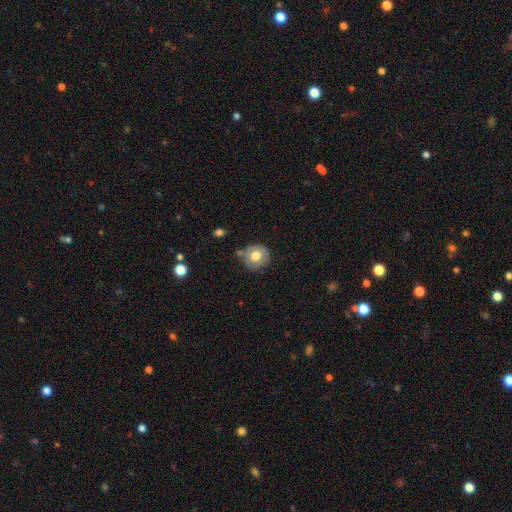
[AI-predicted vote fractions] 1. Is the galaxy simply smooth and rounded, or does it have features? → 71% smooth, 21% featured or disk, 8% star or artifact.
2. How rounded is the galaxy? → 88% round, 11% in between, 1% cigar-shaped.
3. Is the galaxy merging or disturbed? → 72% none, 17% minor disturbance, 6% merger, 4% major disturbance.